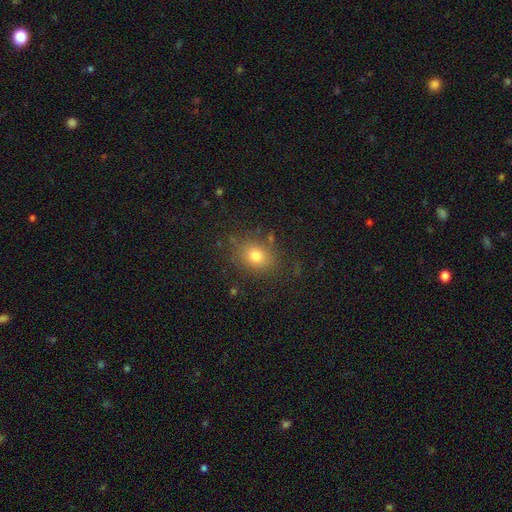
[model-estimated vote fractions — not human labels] This appears to be a smooth galaxy with no disk features (76%) that is round (53%). Merging: none (79%).